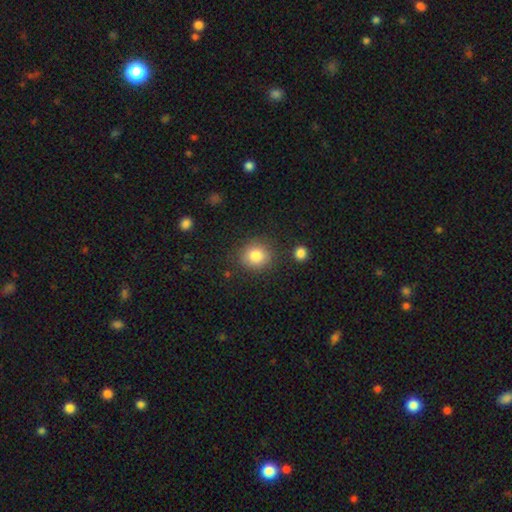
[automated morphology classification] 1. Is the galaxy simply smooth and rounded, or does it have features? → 83% smooth, 10% star or artifact, 7% featured or disk.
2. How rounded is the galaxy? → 81% round, 18% in between, 1% cigar-shaped.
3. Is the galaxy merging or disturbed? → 83% none, 10% minor disturbance, 3% merger, 3% major disturbance.